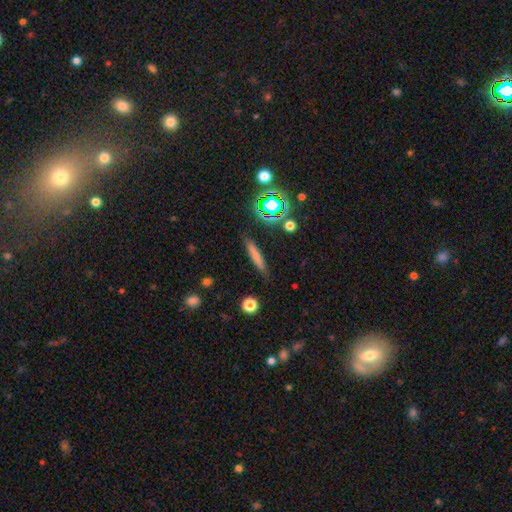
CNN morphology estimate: smooth 70%, featured or disk 18%, star or artifact 12%. Down the decision tree: how rounded — cigar-shaped (90%); merging — none (85%).